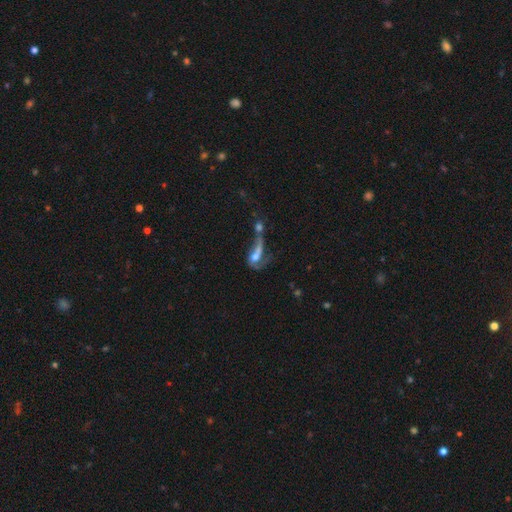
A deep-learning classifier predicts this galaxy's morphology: Smooth or featured? Predicted: featured or disk (p=0.54). Edge-on disk? Predicted: no (p=0.85). Merging? Predicted: merger (p=0.52).